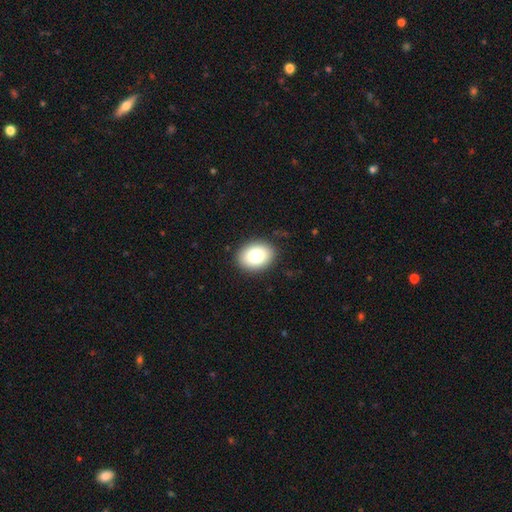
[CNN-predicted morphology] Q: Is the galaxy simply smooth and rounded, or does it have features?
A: smooth — 81%.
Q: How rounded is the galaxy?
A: in between — 70%.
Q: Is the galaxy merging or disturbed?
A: none — 89%.